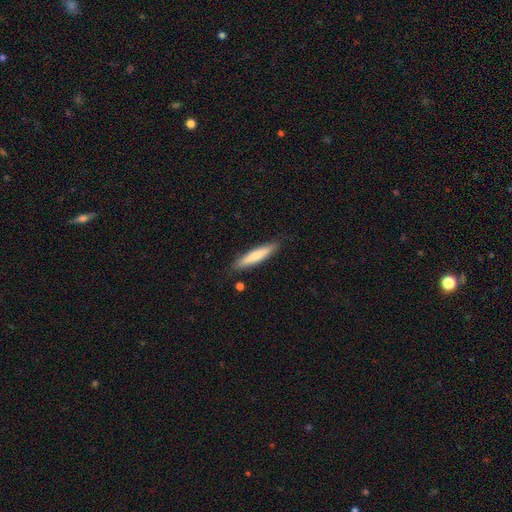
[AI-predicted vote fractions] Smooth or featured?
  - smooth: 74% *
  - featured or disk: 21%
  - star or artifact: 5%
How rounded?
  - cigar-shaped: 87% *
  - in between: 12%
  - round: 1%
Merging?
  - none: 86% *
  - minor disturbance: 10%
  - major disturbance: 2%
  - merger: 2%